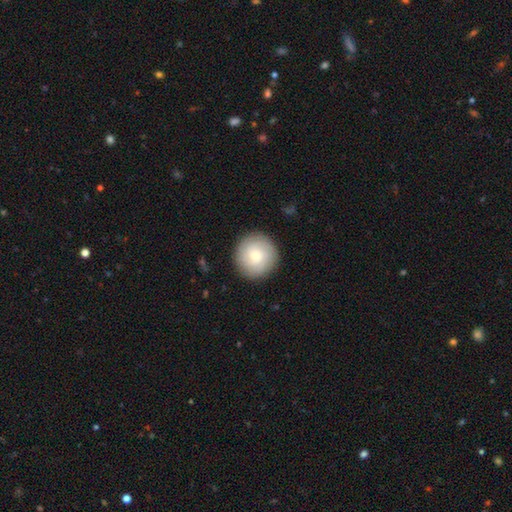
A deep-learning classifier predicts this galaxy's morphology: smooth 57%, featured or disk 36%, star or artifact 7%. Down the decision tree: how rounded — round (94%); merging — none (90%).